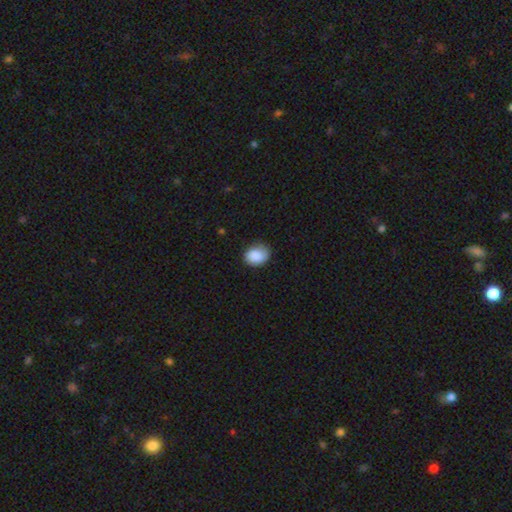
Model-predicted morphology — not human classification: smooth 88%, star or artifact 7%, featured or disk 5%. Down the decision tree: how rounded — in between (56%); merging — none (72%).